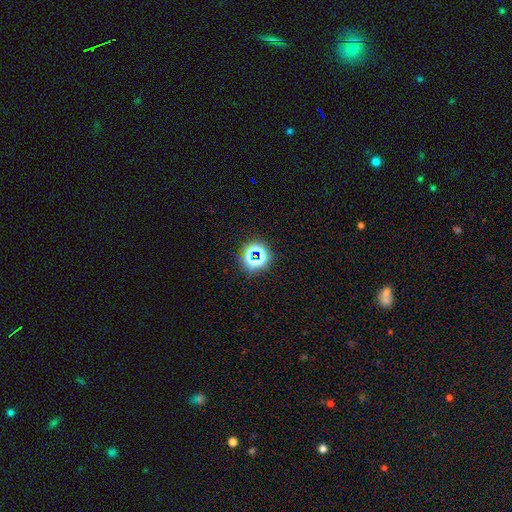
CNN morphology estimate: Overall: star or artifact (64%; smooth 26%).